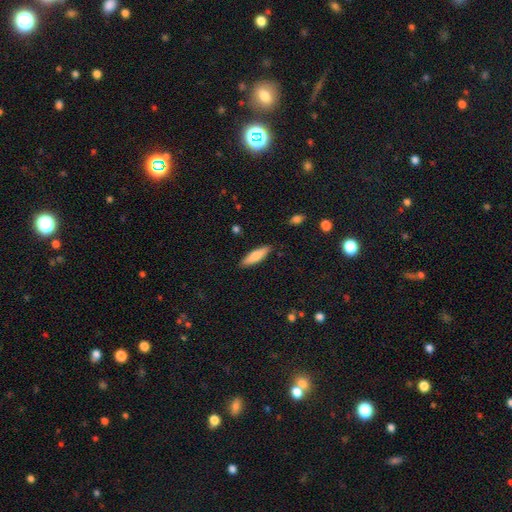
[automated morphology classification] Smooth or featured?
  - smooth: 76% *
  - featured or disk: 18%
  - star or artifact: 6%
How rounded?
  - cigar-shaped: 61% *
  - in between: 38%
  - round: 2%
Merging?
  - none: 88% *
  - minor disturbance: 9%
  - major disturbance: 2%
  - merger: 1%